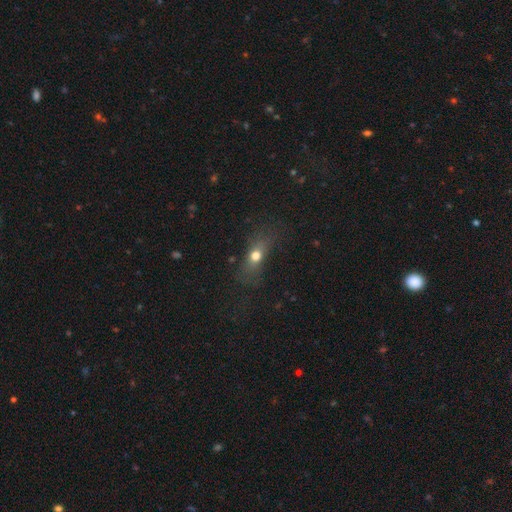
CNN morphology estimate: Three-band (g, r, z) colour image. It shows a smooth galaxy with no disk features (66%) that is in between round and cigar-shaped (56%). Merging: none (61%).